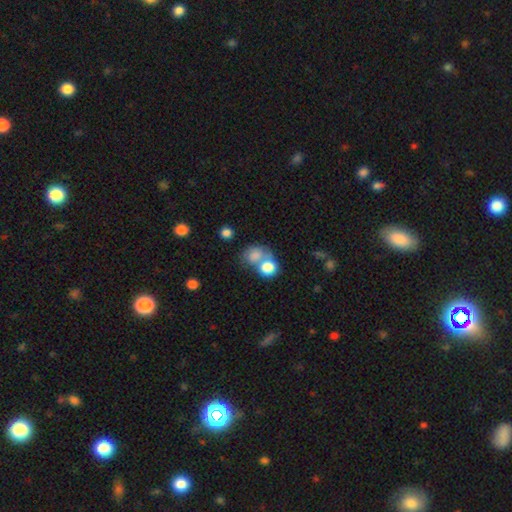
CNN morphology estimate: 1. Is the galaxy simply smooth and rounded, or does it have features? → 76% smooth, 13% featured or disk, 11% star or artifact.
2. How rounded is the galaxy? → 56% round, 43% in between, 1% cigar-shaped.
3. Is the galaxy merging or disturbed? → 52% merger, 28% none, 11% minor disturbance, 9% major disturbance.